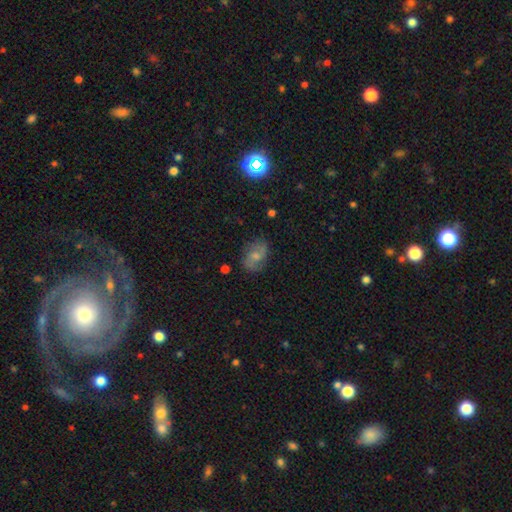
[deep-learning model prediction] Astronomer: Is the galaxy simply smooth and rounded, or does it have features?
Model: featured or disk — 45%, tied with smooth at 45%.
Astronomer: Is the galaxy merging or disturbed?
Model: none — 71%.